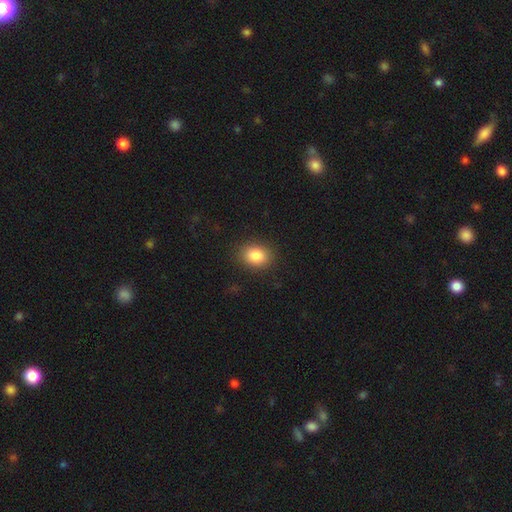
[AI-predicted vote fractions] Overall: smooth (85%). How rounded: in between (59%; round 40%). Merging: none (87%).